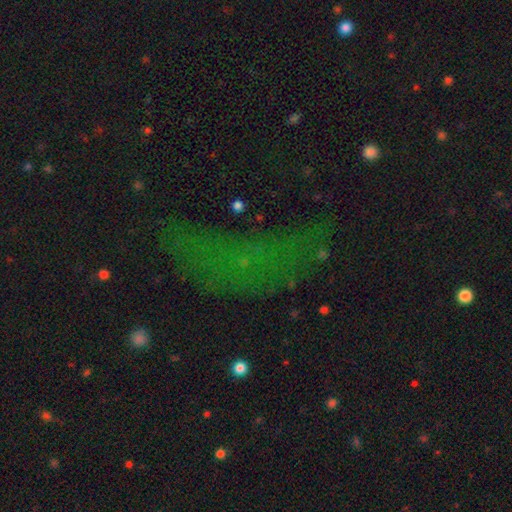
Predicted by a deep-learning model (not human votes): A star or artifact, not a galaxy (57%).